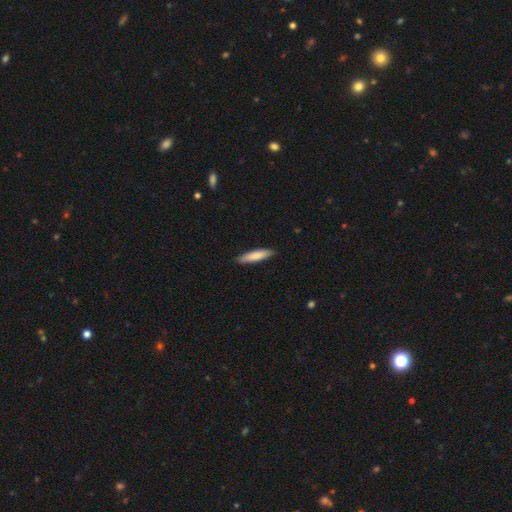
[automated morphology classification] The model was most divided on "how rounded": cigar-shaped: 80%, in between: 19%, round: 1%. More confident: merging — none (89%); smooth or featured — smooth (81%).